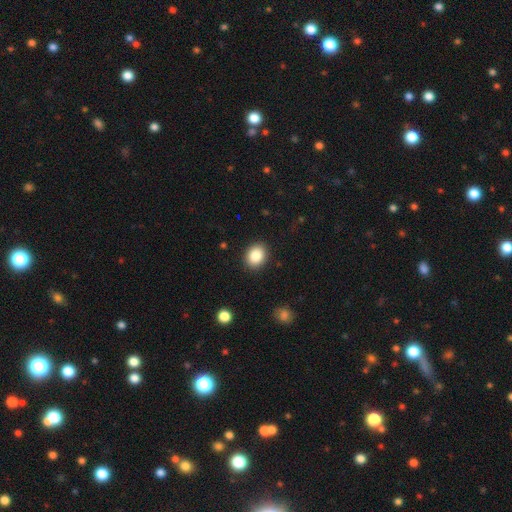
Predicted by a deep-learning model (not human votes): Overall: smooth (87%). How rounded: round (54%; in between 45%). Merging: none (90%).